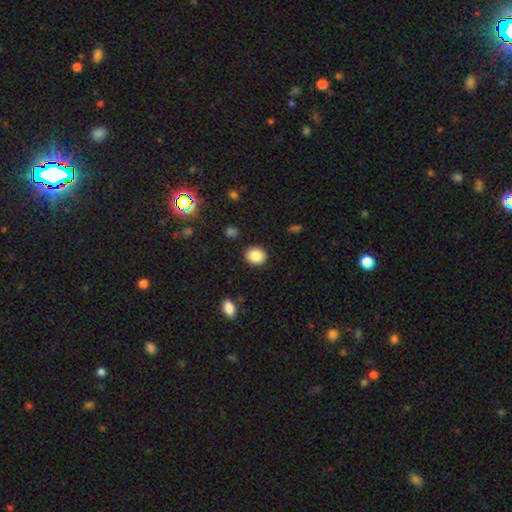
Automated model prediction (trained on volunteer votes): This appears to be a smooth galaxy with no disk features (87%) that is round (71%). Merging: none (90%).